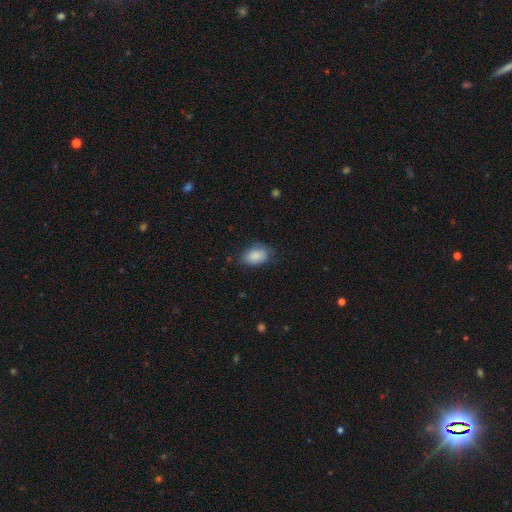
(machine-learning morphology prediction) This is clearly a smooth galaxy (87%). How rounded: clearly in between (88%). Merging: likely none (73%).